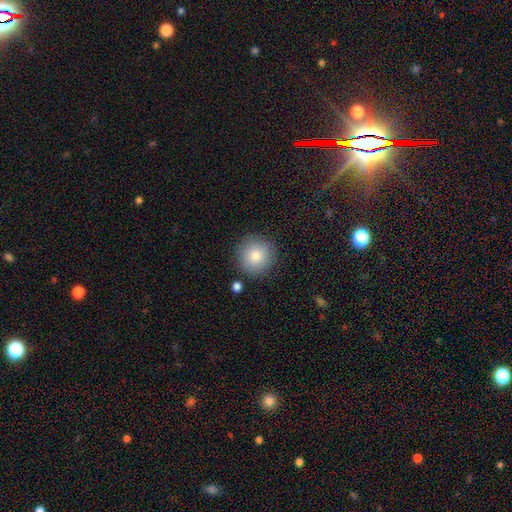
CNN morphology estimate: A smooth galaxy with no disk features (81%) that is round (95%). Merging: none (87%).